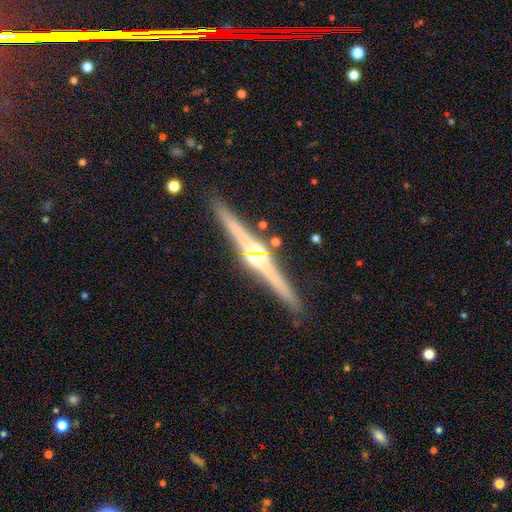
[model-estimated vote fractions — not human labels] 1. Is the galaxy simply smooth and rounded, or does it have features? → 81% featured or disk, 13% smooth, 6% star or artifact.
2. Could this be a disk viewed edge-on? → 98% yes, 2% no.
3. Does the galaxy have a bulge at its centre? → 82% rounded, 11% none, 7% boxy.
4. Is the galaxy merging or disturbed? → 87% none, 7% minor disturbance, 4% merger, 2% major disturbance.